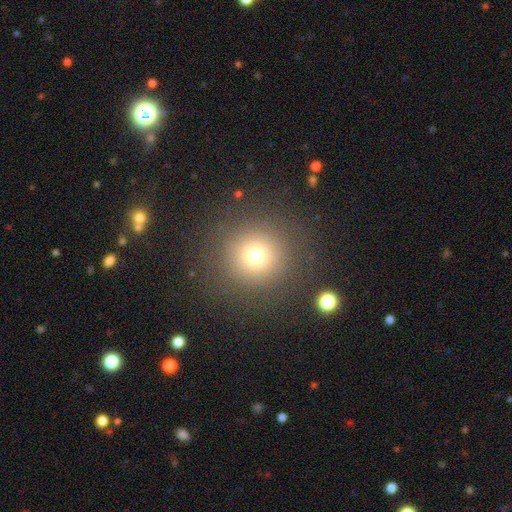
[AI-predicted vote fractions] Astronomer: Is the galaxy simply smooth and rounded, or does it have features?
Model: smooth — 71%.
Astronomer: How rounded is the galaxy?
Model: round — 94%.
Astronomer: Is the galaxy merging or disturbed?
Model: none — 87%.